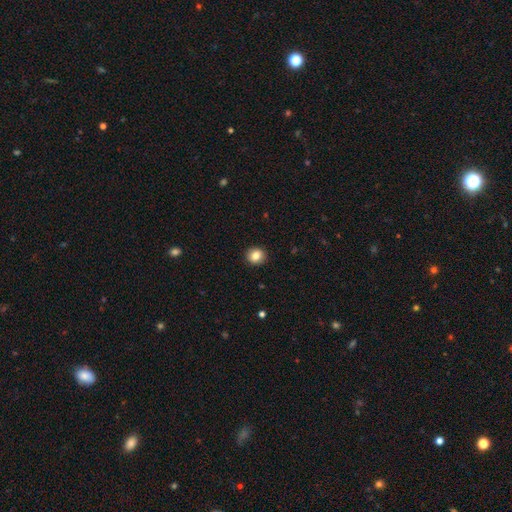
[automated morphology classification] The model was most divided on "how rounded": round: 85%, in between: 14%, cigar-shaped: 1%. More confident: merging — none (92%); smooth or featured — smooth (85%).